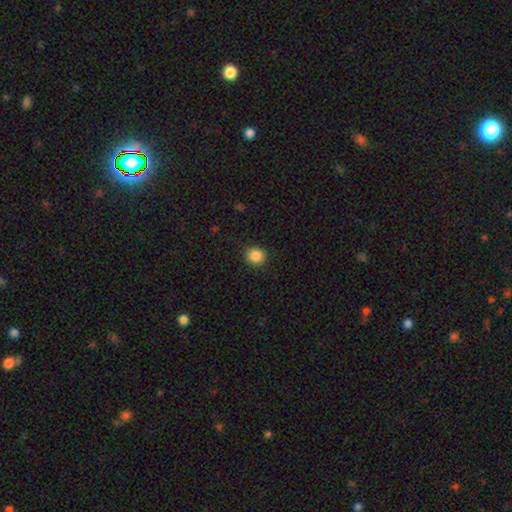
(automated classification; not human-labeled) Overall: smooth (87%). How rounded: round (88%). Merging: none (90%).